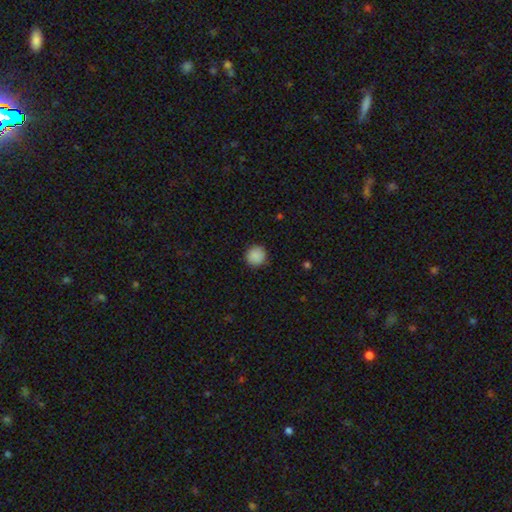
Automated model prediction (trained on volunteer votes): A smooth galaxy with no disk features (89%) that is round (92%).

Vote fractions:
- Smooth or featured? smooth: 89% / star or artifact: 8% / featured or disk: 3%
- How rounded? round: 92% / in between: 7% / cigar-shaped: 1%
- Merging? none: 90% / minor disturbance: 7% / major disturbance: 2% / merger: 1%